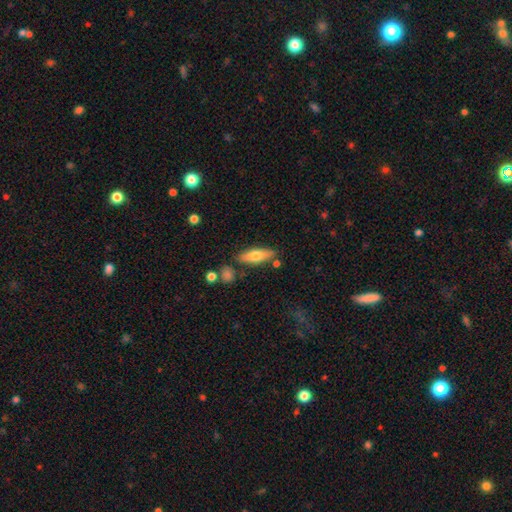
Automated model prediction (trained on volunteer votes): Smooth or featured? Predicted: smooth (p=0.64). How rounded? Predicted: in between (p=0.54). Merging? Predicted: none (p=0.78).